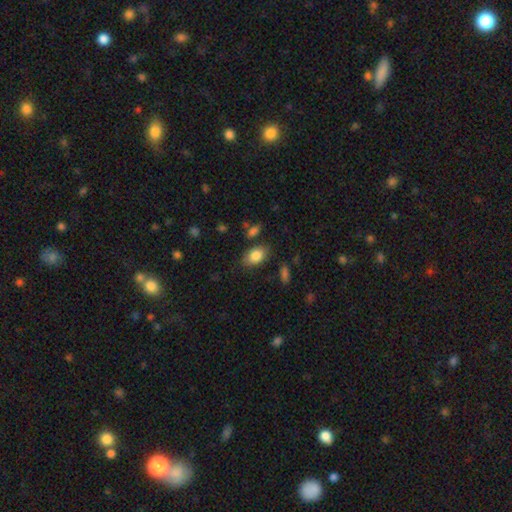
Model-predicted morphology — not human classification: This is clearly a smooth galaxy (84%). How rounded: clearly in between (87%). Merging: likely none (77%).